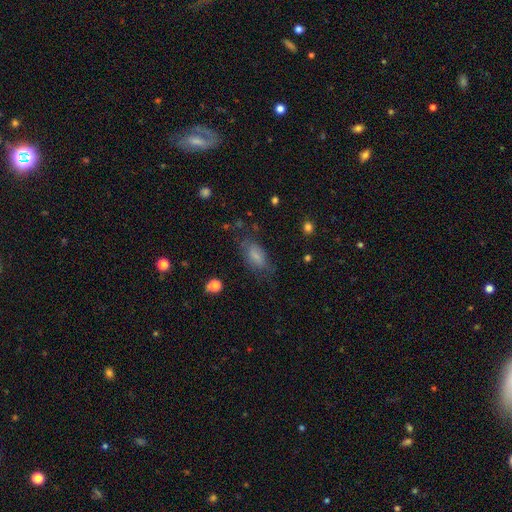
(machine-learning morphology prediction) A smooth galaxy with no disk features (73%) that is in between round and cigar-shaped (88%). Merging: none (63%).